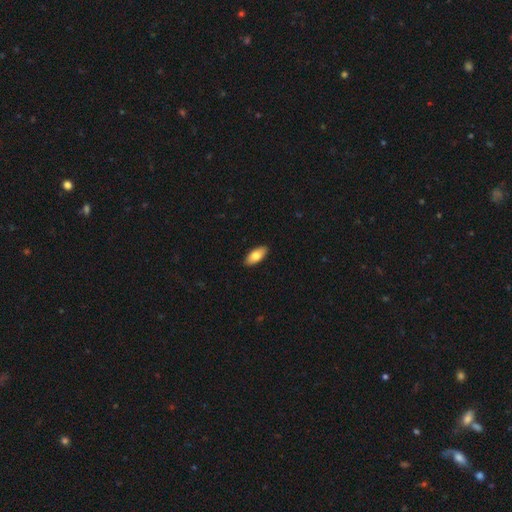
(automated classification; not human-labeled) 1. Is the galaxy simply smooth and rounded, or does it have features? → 78% smooth, 16% featured or disk, 6% star or artifact.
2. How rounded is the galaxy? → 86% in between, 12% cigar-shaped, 2% round.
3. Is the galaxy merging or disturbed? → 90% none, 7% minor disturbance, 1% major disturbance, 1% merger.